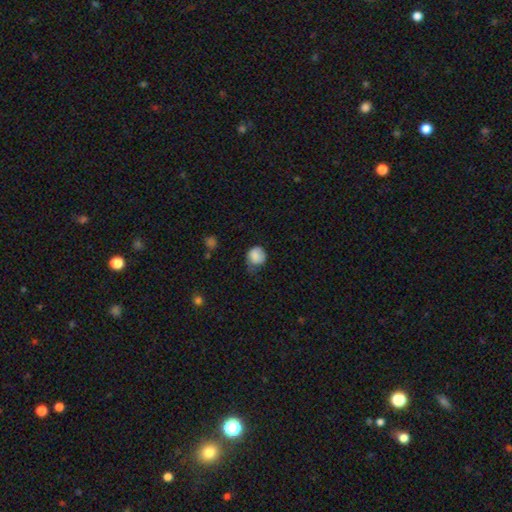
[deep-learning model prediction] Smooth or featured? Predicted: smooth (p=0.81). How rounded? Predicted: round (p=0.73). Merging? Predicted: minor disturbance (p=0.40).